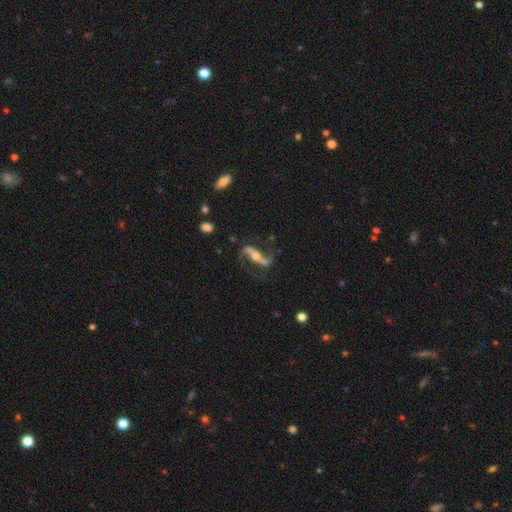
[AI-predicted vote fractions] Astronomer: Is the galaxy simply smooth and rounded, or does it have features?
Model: featured or disk — 88%.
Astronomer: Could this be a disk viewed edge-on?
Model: no — 88%.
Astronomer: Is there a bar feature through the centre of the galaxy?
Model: strong — 56%.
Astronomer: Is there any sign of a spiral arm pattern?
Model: yes — 95%.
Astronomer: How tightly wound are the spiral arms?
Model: loose — 58%.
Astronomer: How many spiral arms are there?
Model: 2 — 92%.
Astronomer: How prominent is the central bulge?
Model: moderate — 55% (runner-up: small, 36%).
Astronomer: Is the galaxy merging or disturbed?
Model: none — 71%.